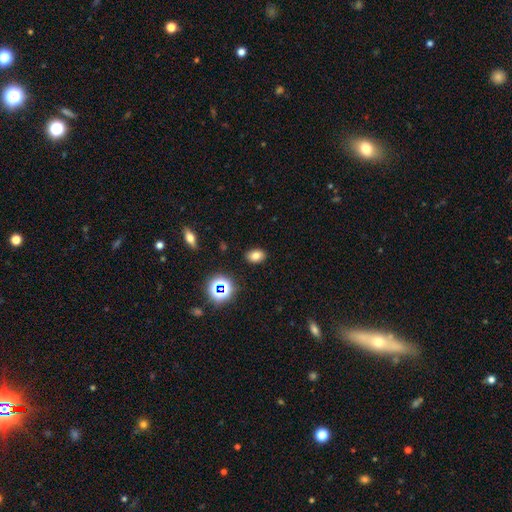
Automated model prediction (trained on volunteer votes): The model was most divided on "how rounded": in between: 77%, round: 22%, cigar-shaped: 1%. More confident: merging — none (88%); smooth or featured — smooth (74%).